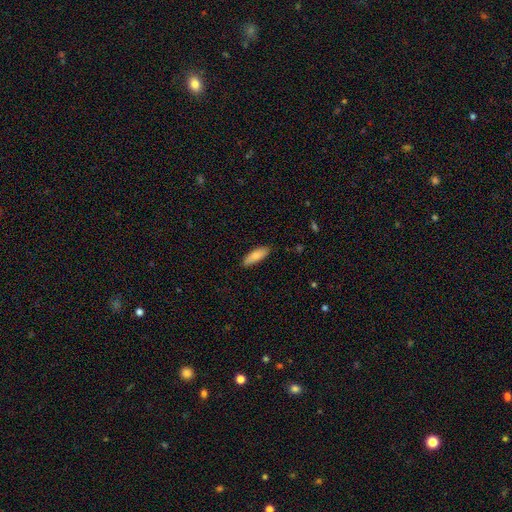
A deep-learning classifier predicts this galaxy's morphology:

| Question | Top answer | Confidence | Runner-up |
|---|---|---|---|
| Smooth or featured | smooth | 81% | featured or disk (13%) |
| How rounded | in between | 60% | cigar-shaped (38%) |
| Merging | none | 86% | minor disturbance (11%) |